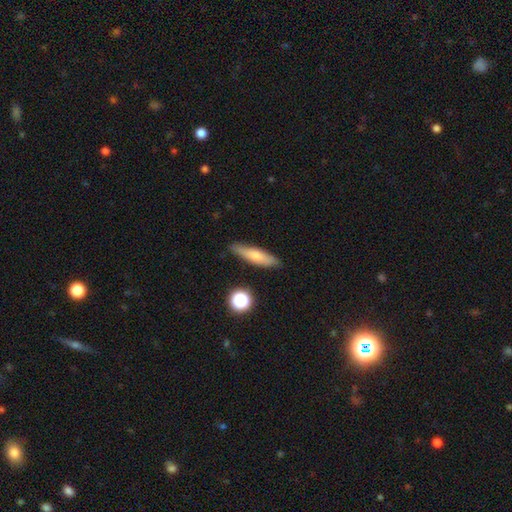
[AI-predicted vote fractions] Overall: smooth (68%). How rounded: cigar-shaped (72%). Merging: none (83%).